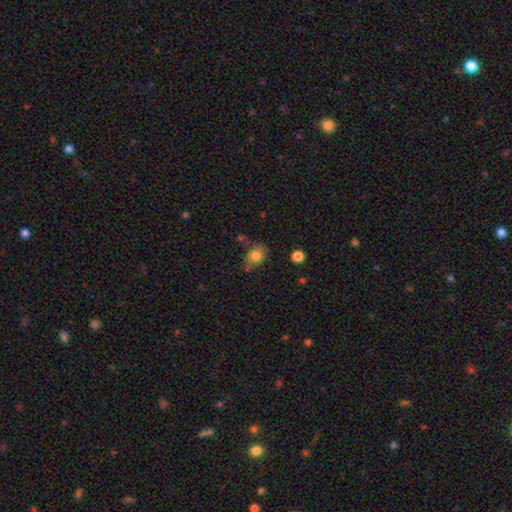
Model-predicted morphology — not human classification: Q: Smooth or featured?
A: smooth (78%); runner-up: featured or disk (12%)
Q: How rounded?
A: in between (58%); runner-up: round (40%)
Q: Merging?
A: none (54%); runner-up: minor disturbance (27%)